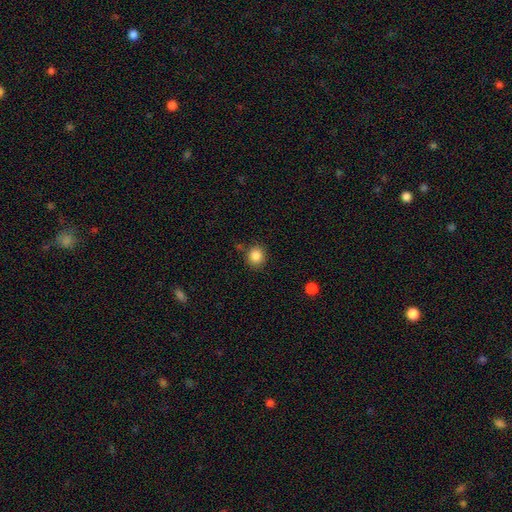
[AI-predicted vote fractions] Smooth or featured? smooth (86%)
How rounded? round (83%)
Merging? none (83%)